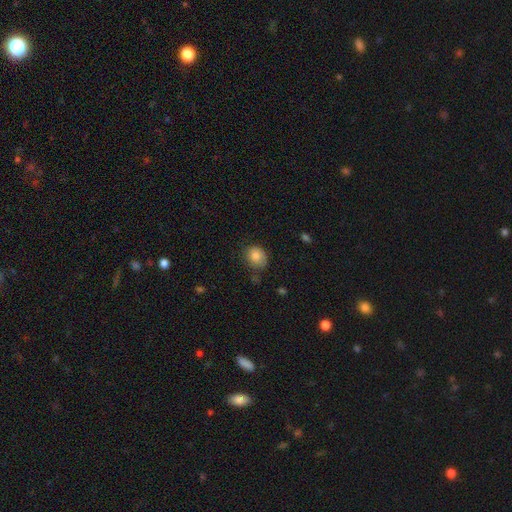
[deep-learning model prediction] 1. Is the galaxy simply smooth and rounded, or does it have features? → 83% smooth, 9% star or artifact, 8% featured or disk.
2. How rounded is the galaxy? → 63% round, 36% in between, 1% cigar-shaped.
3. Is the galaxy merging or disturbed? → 66% none, 26% minor disturbance, 6% major disturbance, 3% merger.